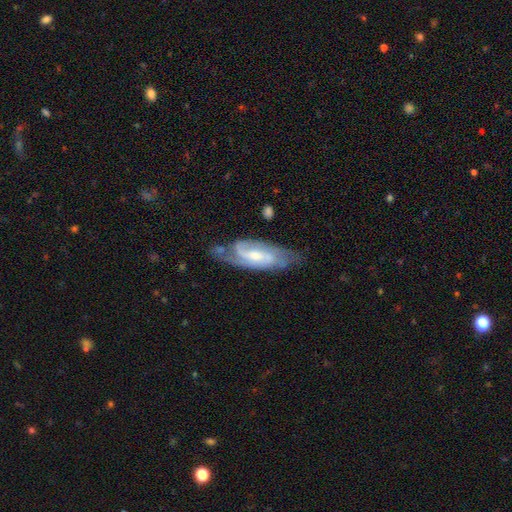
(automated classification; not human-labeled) This is clearly a featured or disk galaxy (83%). It is clearly not viewed edge-on (91%). Bar: possibly weak (47%). Spiral arm pattern: clearly yes (96%). Spiral arm count: likely 2 (69%). Spiral winding: possibly medium (46%). Central bulge: possibly small (50%). Merging: likely none (64%).